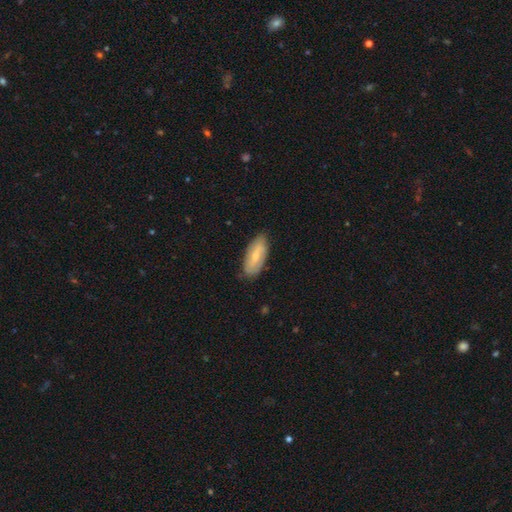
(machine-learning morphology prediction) A smooth galaxy with no disk features (54%) that is in between round and cigar-shaped (84%).

Vote fractions:
- Smooth or featured? smooth: 54% / featured or disk: 40% / star or artifact: 6%
- How rounded? in between: 84% / cigar-shaped: 14% / round: 2%
- Merging? none: 80% / minor disturbance: 16% / major disturbance: 3% / merger: 1%